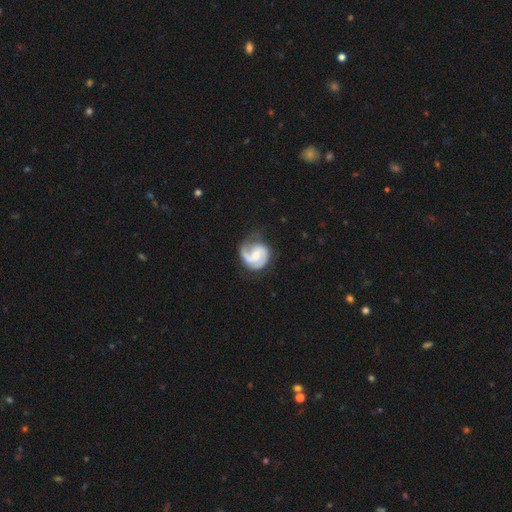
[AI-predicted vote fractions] featured or disk 82%, smooth 13%, star or artifact 5%. Down the decision tree: edge-on disk — no (98%); bar — weak (46%); spiral arms — yes (96%); spiral arm count — 2 (71%); spiral winding — medium (48%); bulge size — small (48%); merging — none (57%).